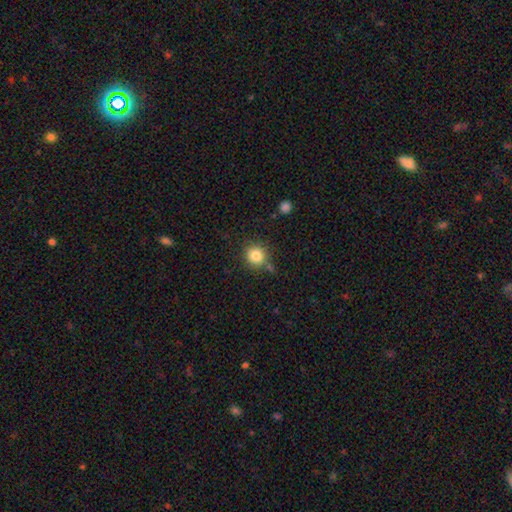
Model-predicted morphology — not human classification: This appears to be a smooth galaxy with no disk features (83%) that is round (91%). Merging: none (78%).